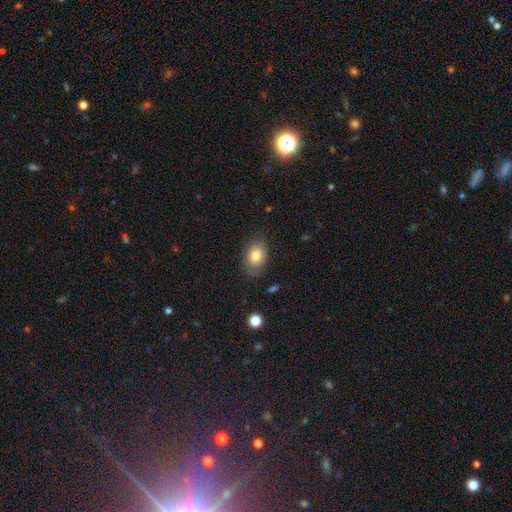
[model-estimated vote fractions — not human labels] This appears to be a smooth galaxy with no disk features (78%) that is in between round and cigar-shaped (82%). Merging: none (74%).